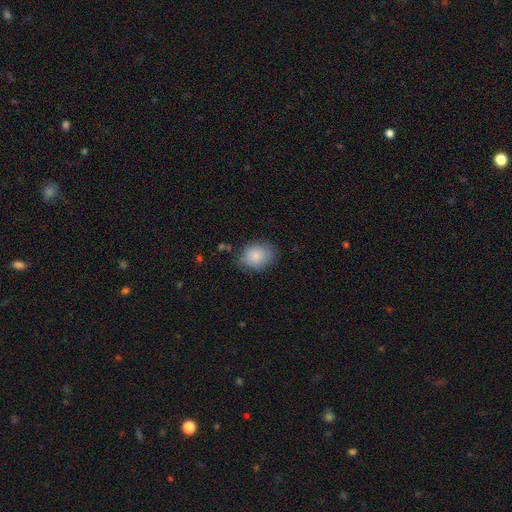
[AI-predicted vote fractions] Overall: smooth (85%). How rounded: in between (53%; round 46%). Merging: none (76%).